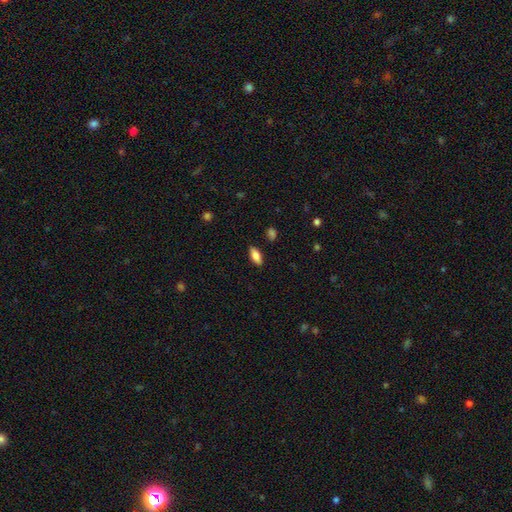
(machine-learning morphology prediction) Smooth or featured: smooth — 78% (featured or disk — 14%)
How rounded: in between — 83% (cigar-shaped — 14%)
Merging: none — 87% (minor disturbance — 10%)